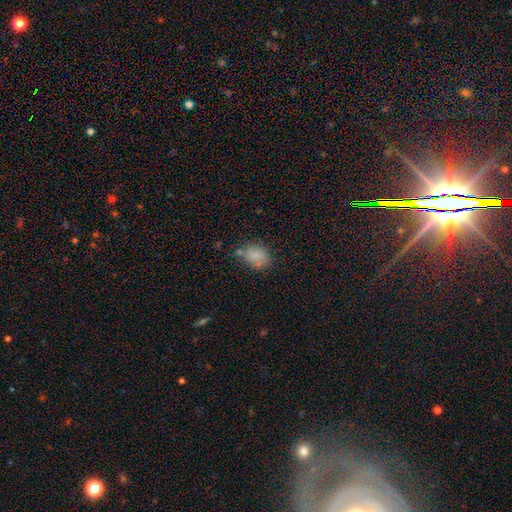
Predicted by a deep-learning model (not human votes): This appears to be a smooth galaxy with no disk features (80%) that is in between round and cigar-shaped (63%). Merging: none (61%).